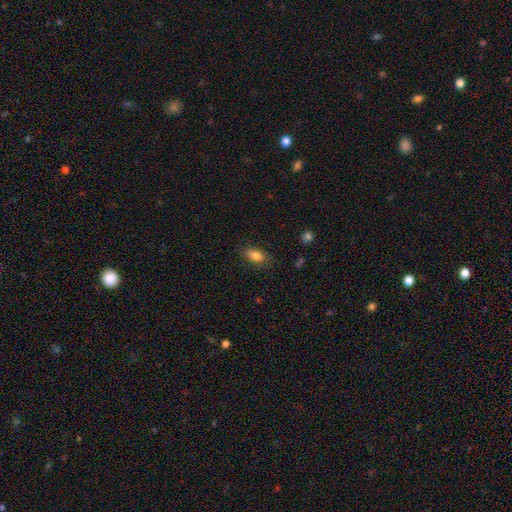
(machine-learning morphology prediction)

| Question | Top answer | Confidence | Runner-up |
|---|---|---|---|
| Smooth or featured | smooth | 82% | featured or disk (10%) |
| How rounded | in between | 86% | round (9%) |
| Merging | none | 81% | minor disturbance (14%) |